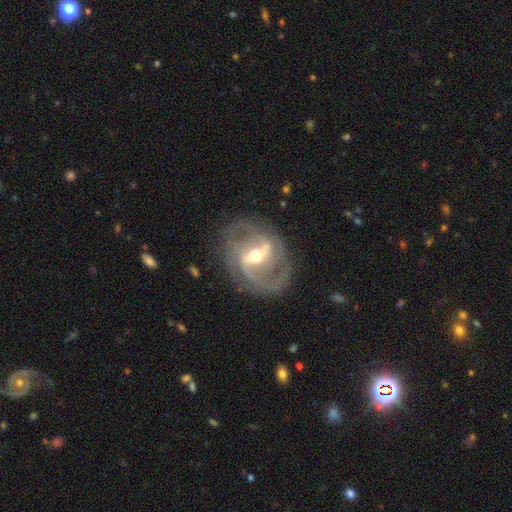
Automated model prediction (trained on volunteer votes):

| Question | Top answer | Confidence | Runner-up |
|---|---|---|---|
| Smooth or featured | featured or disk | 90% | smooth (5%) |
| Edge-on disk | no | 97% | yes (3%) |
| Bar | strong | 51% | weak (37%) |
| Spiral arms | yes | 96% | no (4%) |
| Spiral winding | medium | 51% | tight (31%) |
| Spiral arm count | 2 | 65% | 3 (17%) |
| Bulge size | moderate | 64% | small (29%) |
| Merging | none | 76% | minor disturbance (15%) |